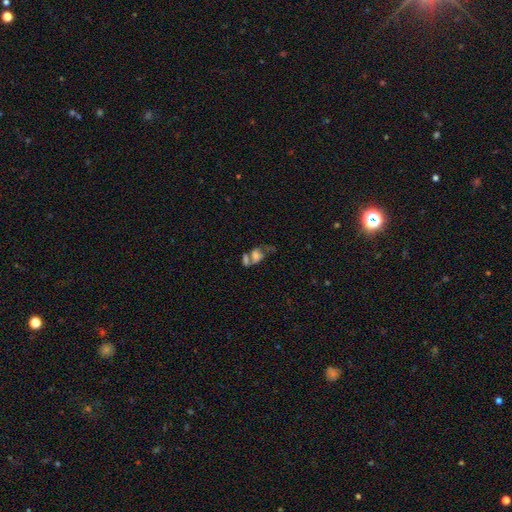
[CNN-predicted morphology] smooth_or_featured: smooth (p=0.44) [alt: featured or disk p=0.41]
merging: merger (p=0.48) [alt: none p=0.22]